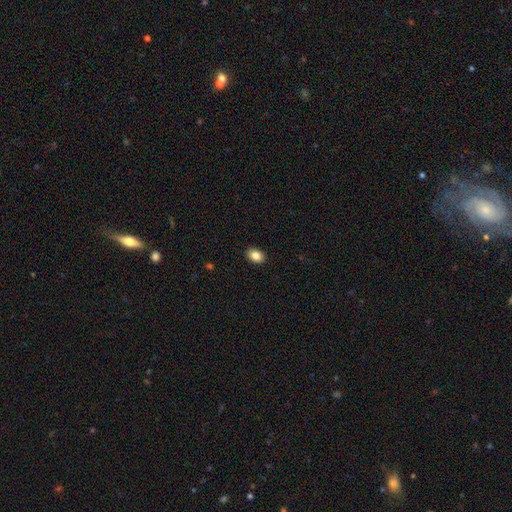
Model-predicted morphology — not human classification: Overall: smooth (85%). How rounded: in between (76%). Merging: none (90%).